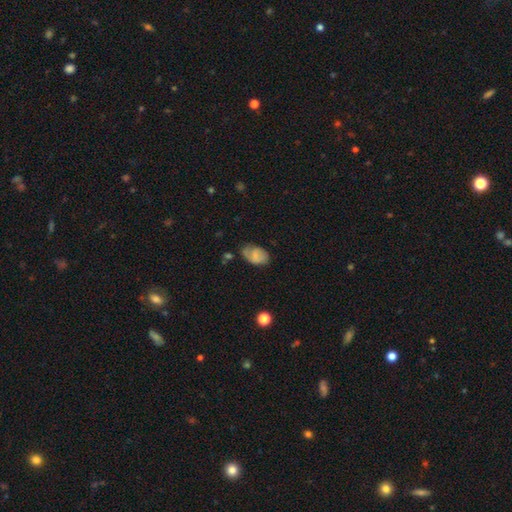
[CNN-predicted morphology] This is likely a smooth galaxy (63%). How rounded: clearly in between (87%). Merging: possibly none (55%).